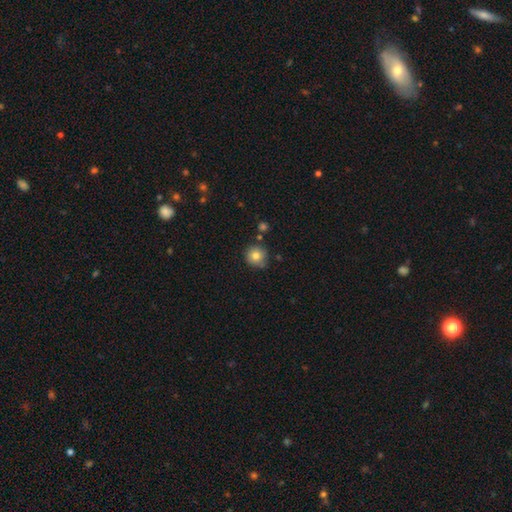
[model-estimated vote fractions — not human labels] A smooth galaxy with no disk features (79%) that is round (92%). Merging: none (75%).